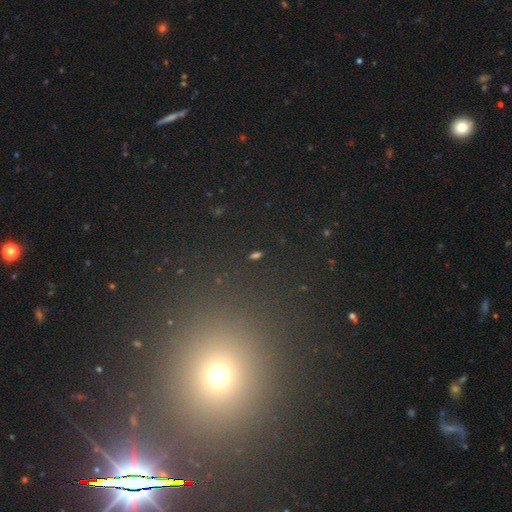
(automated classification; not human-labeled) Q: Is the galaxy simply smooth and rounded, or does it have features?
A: star or artifact — 48%.